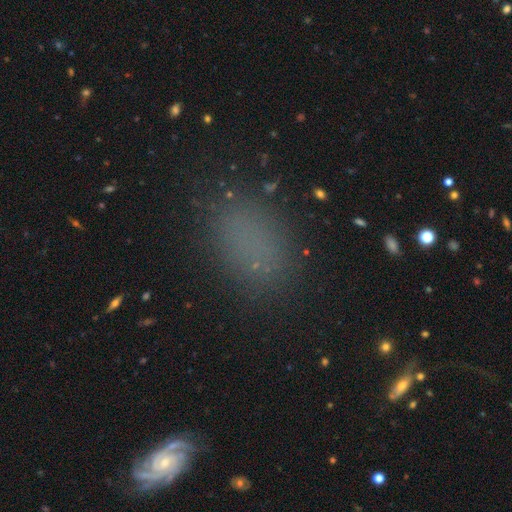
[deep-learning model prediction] A smooth galaxy with no disk features (73%) that is in between round and cigar-shaped (85%).

Vote fractions:
- Smooth or featured? smooth: 73% / star or artifact: 19% / featured or disk: 8%
- How rounded? in between: 85% / round: 12% / cigar-shaped: 2%
- Merging? none: 80% / minor disturbance: 13% / major disturbance: 6% / merger: 2%